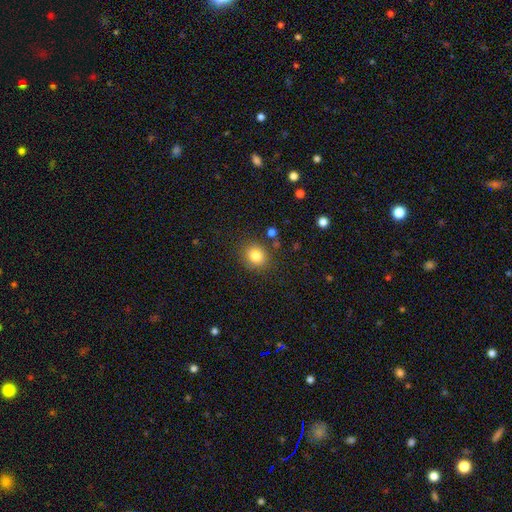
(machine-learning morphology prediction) type=smooth (81%); roundness=round (81%); merging=none (84%).